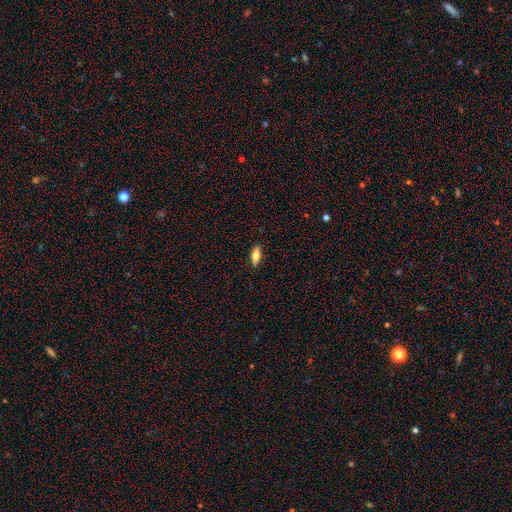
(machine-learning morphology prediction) This is likely a smooth galaxy (74%). How rounded: likely in between (67%). Merging: clearly none (88%).